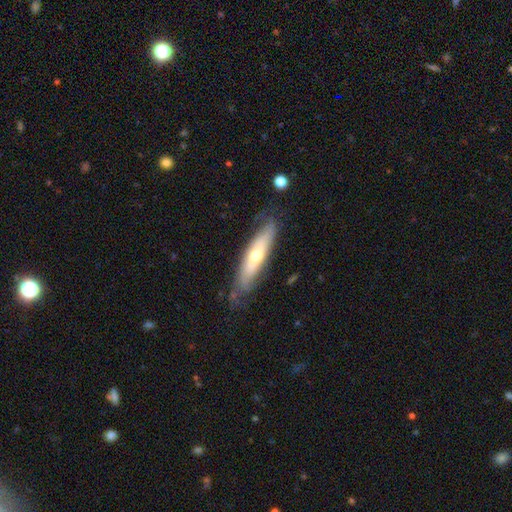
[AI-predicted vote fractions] Q: Smooth or featured?
A: featured or disk (55%); runner-up: smooth (39%)
Q: Edge-on disk?
A: yes (54%); runner-up: no (46%)
Q: Merging?
A: none (72%); runner-up: minor disturbance (20%)